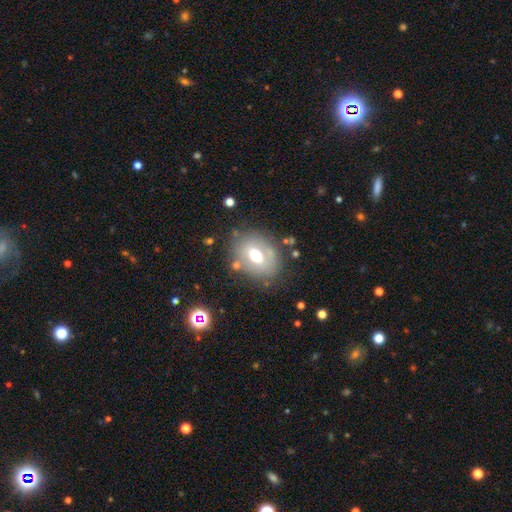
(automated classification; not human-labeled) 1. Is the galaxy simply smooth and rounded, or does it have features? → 54% smooth, 36% featured or disk, 11% star or artifact.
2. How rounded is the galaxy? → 55% in between, 43% round, 1% cigar-shaped.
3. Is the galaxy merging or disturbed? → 72% none, 16% minor disturbance, 7% major disturbance, 4% merger.